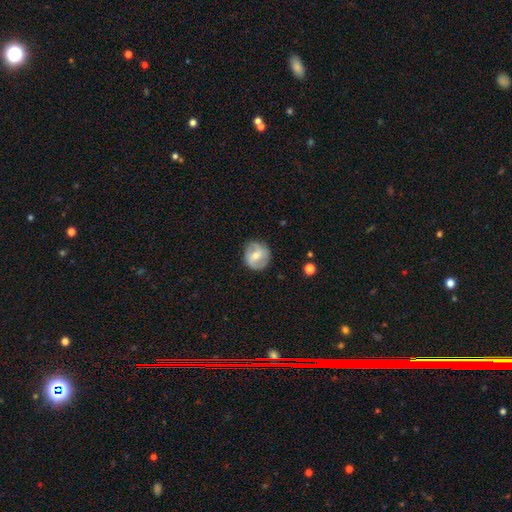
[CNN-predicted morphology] This appears to be a featured or disk galaxy (57%) with a weak bar (44%), spiral arms (75%) and a moderate central bulge (56%). Merging: none (82%).